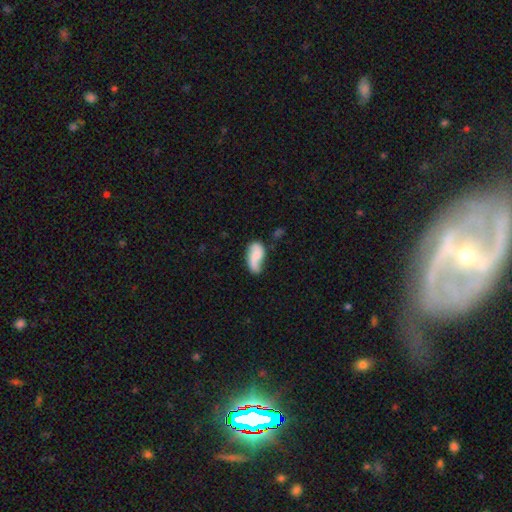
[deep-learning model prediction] Smooth or featured? Predicted: smooth (p=0.54). How rounded? Predicted: in between (p=0.89). Merging? Predicted: none (p=0.43).